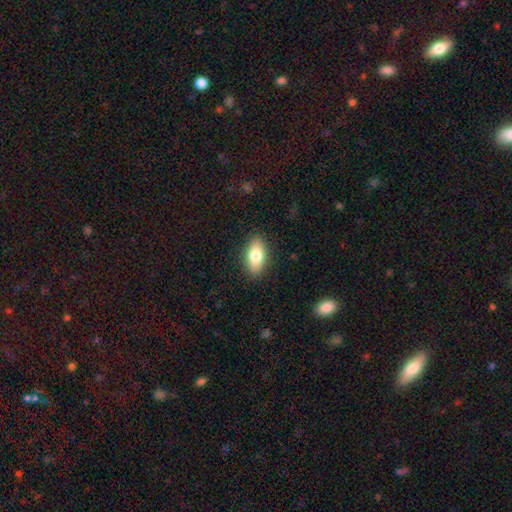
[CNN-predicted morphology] smooth 77%, featured or disk 16%, star or artifact 7%. Down the decision tree: how rounded — in between (87%); merging — none (89%).